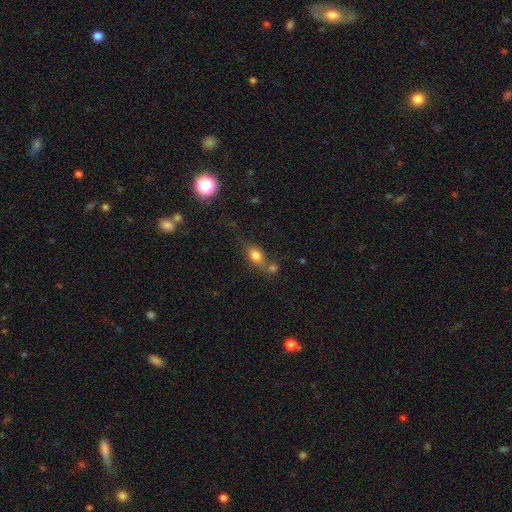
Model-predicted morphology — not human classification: A smooth galaxy with no disk features (76%) that is in between round and cigar-shaped (70%).

Vote fractions:
- Smooth or featured? smooth: 76% / featured or disk: 13% / star or artifact: 11%
- How rounded? in between: 70% / round: 24% / cigar-shaped: 6%
- Merging? none: 47% / merger: 31% / minor disturbance: 15% / major disturbance: 7%